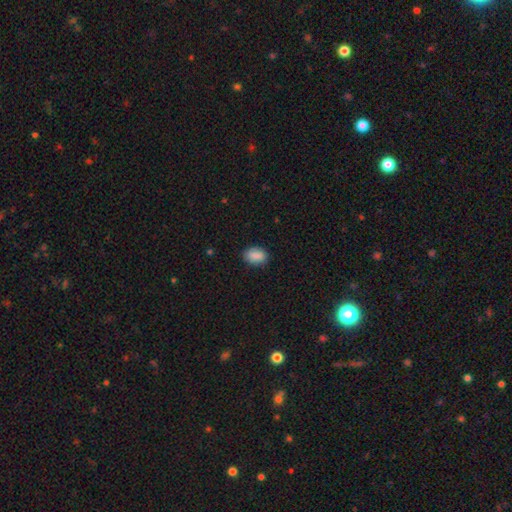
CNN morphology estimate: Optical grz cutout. It shows a smooth galaxy with no disk features (88%) that is in between round and cigar-shaped (81%). Merging: none (82%).